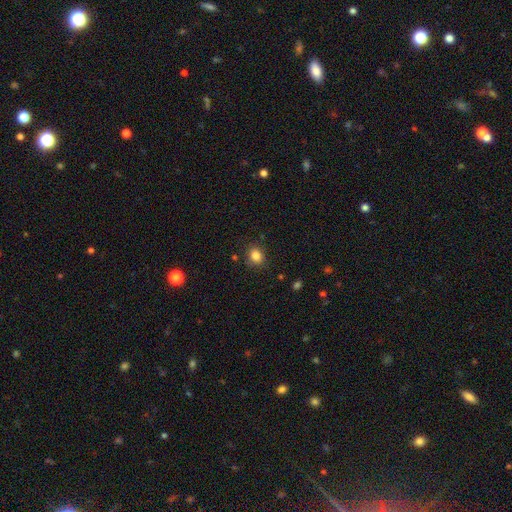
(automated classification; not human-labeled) This is clearly a smooth galaxy (84%). How rounded: likely round (62%). Merging: clearly none (83%).